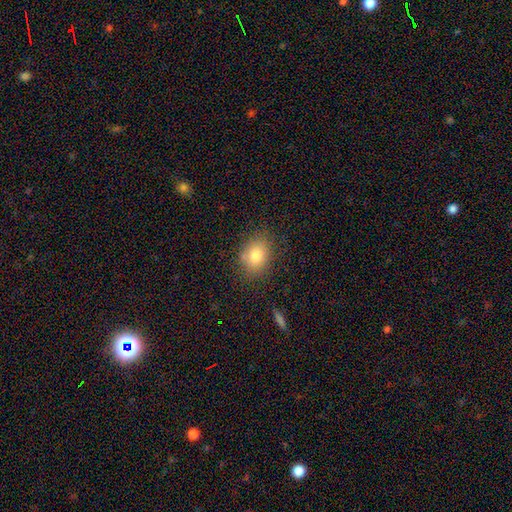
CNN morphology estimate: smooth-or-featured: smooth: 80% | featured or disk: 10% | star or artifact: 10%
  how-rounded: in between: 60% | round: 39% | cigar-shaped: 1%
  merging: none: 78% | minor disturbance: 16% | major disturbance: 4% | merger: 3%